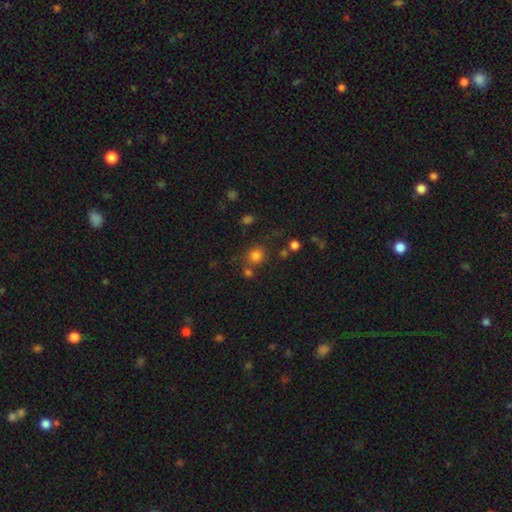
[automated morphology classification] smooth 79%, star or artifact 15%, featured or disk 6%. Down the decision tree: how rounded — round (84%); merging — none (72%).